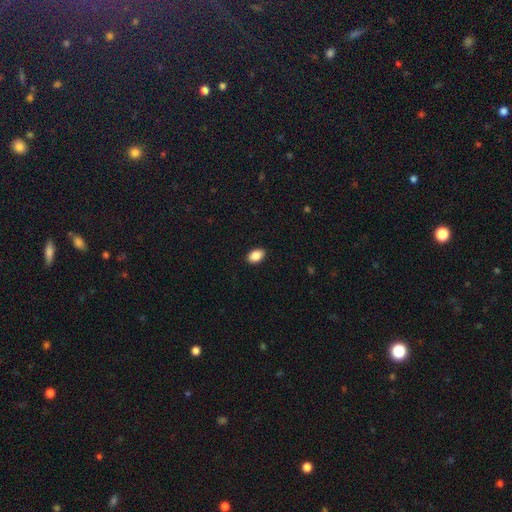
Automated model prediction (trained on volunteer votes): Q: Smooth or featured?
A: smooth (88%); runner-up: star or artifact (8%)
Q: How rounded?
A: in between (88%); runner-up: round (11%)
Q: Merging?
A: none (90%); runner-up: minor disturbance (8%)